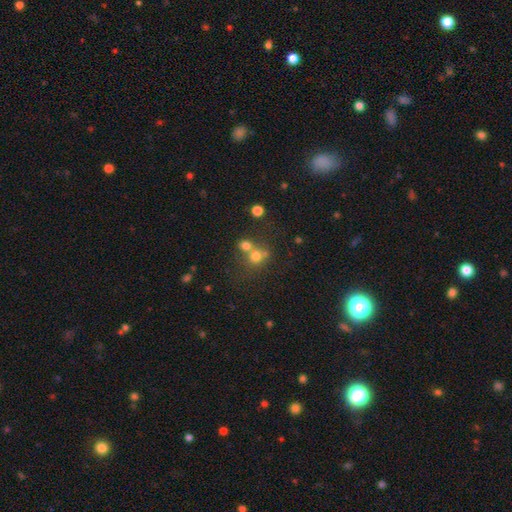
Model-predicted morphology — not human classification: A smooth galaxy with no disk features (68%) that is round (80%).

Vote fractions:
- Smooth or featured? smooth: 68% / star or artifact: 17% / featured or disk: 15%
- How rounded? round: 80% / in between: 19% / cigar-shaped: 1%
- Merging? merger: 46% / none: 41% / minor disturbance: 8% / major disturbance: 5%